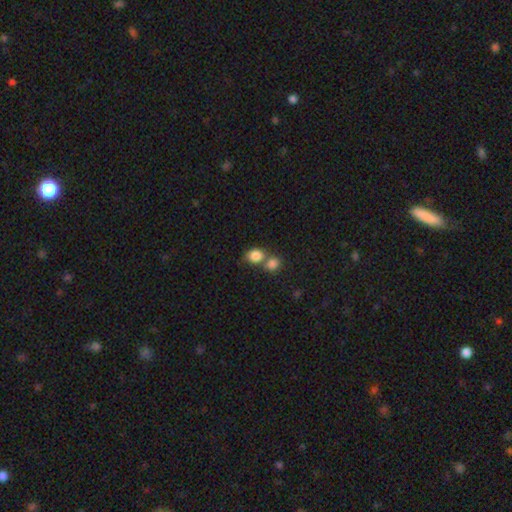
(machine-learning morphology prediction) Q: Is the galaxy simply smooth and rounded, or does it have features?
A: smooth — 84%.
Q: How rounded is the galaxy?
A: round — 54%.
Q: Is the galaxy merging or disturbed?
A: merger — 53%.